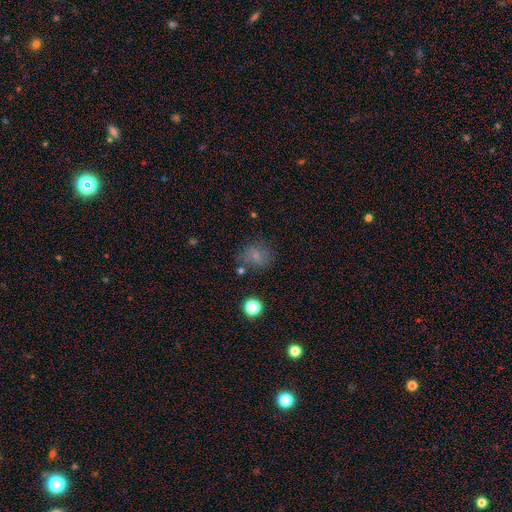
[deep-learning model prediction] This appears to be a smooth galaxy with no disk features (69%) that is round (67%). Merging: none (70%).